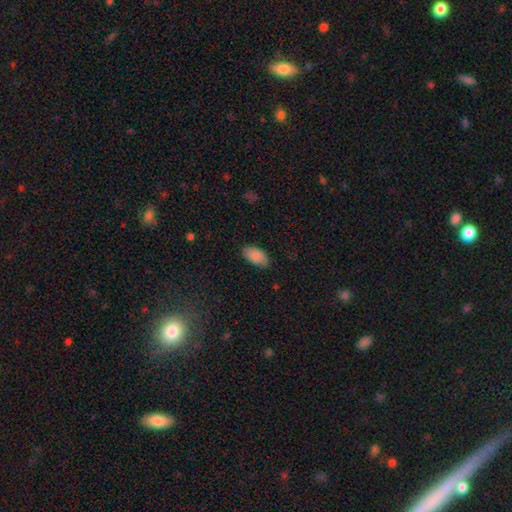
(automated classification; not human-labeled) Morphology: type=smooth (88%); roundness=in between (95%); merging=none (83%).